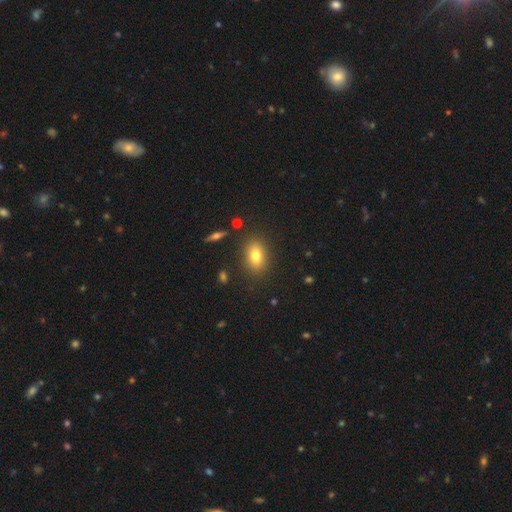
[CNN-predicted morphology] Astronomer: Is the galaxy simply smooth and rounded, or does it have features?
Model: smooth — 78%.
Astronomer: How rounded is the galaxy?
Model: in between — 78%.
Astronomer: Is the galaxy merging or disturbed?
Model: none — 86%.